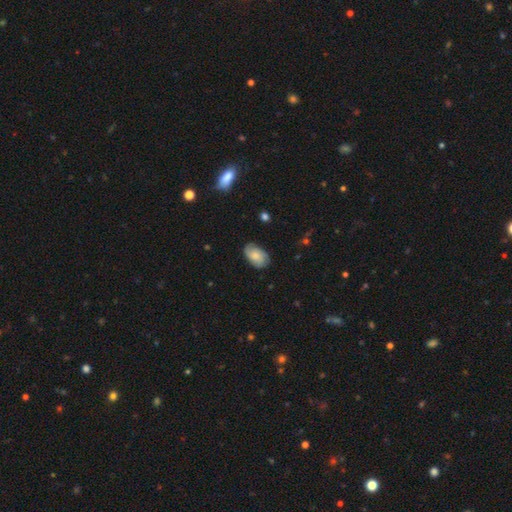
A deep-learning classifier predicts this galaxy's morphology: Q: Smooth or featured?
A: smooth (53%); runner-up: featured or disk (39%)
Q: How rounded?
A: in between (88%); runner-up: round (10%)
Q: Merging?
A: none (75%); runner-up: minor disturbance (19%)